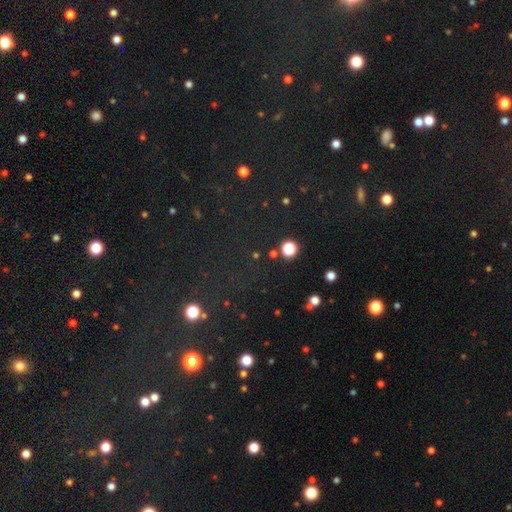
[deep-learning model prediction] A star or artifact, not a galaxy (60%).